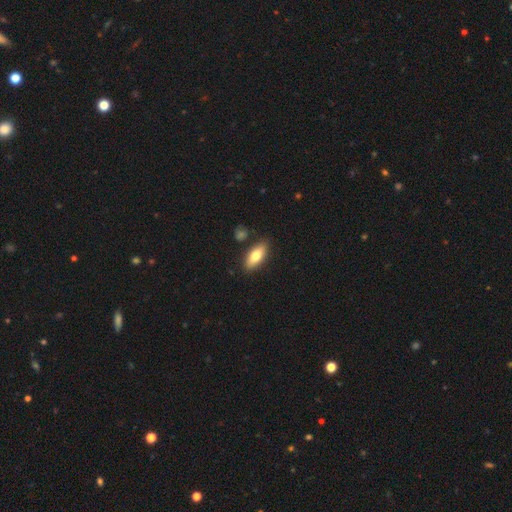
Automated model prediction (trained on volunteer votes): This is likely a smooth galaxy (75%). How rounded: likely in between (80%). Merging: clearly none (84%).